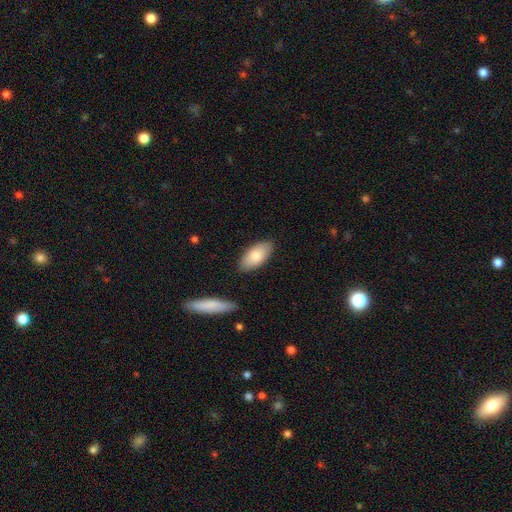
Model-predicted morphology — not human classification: A smooth galaxy with no disk features (79%) that is in between round and cigar-shaped (91%).

Vote fractions:
- Smooth or featured? smooth: 79% / featured or disk: 15% / star or artifact: 6%
- How rounded? in between: 91% / cigar-shaped: 7% / round: 2%
- Merging? none: 85% / minor disturbance: 11% / major disturbance: 2% / merger: 2%